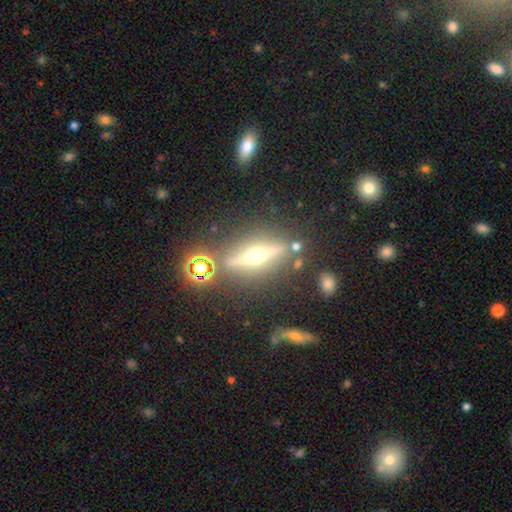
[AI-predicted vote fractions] Smooth or featured? featured or disk (73%)
Edge-on disk? yes (92%)
Edge-on bulge? rounded (95%)
Merging? none (81%)